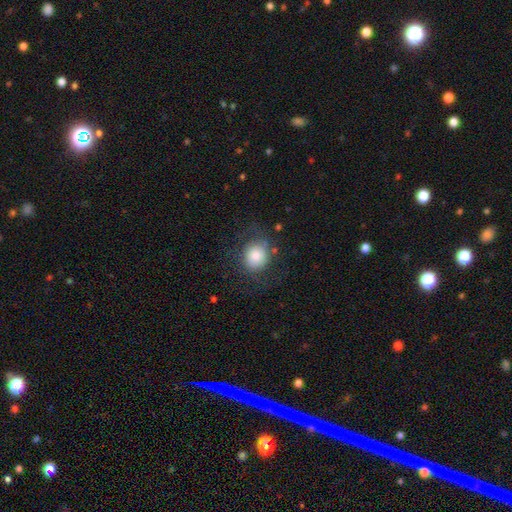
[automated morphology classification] smooth_or_featured: smooth (p=0.77) [alt: featured or disk p=0.14]
how_rounded: round (p=0.77) [alt: in between p=0.22]
merging: none (p=0.68) [alt: minor disturbance p=0.18]